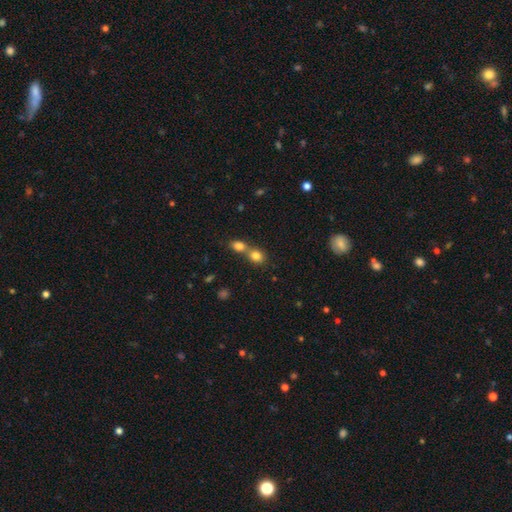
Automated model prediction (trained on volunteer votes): Smooth or featured: smooth — 81% (star or artifact — 11%)
How rounded: round — 64% (in between — 35%)
Merging: merger — 57% (none — 35%)